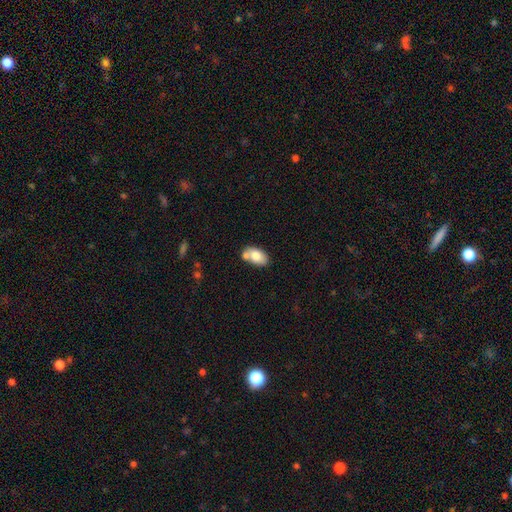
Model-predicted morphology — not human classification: type=smooth (75%); roundness=in between (91%); merging=none (55%).